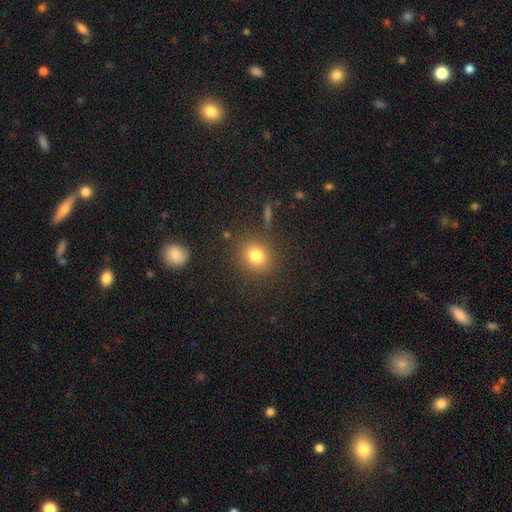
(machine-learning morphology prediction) Overall: smooth (79%). How rounded: round (80%). Merging: none (85%).